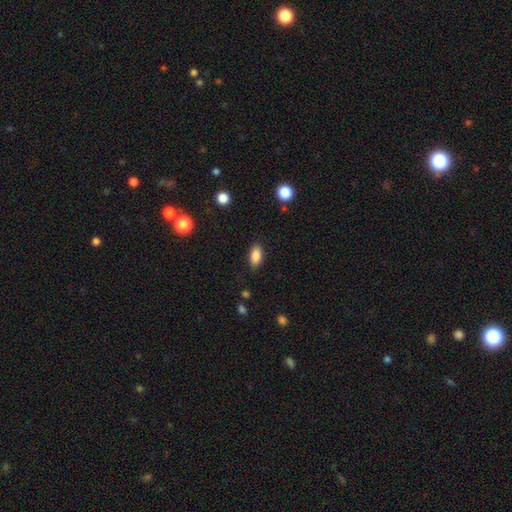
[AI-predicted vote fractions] The model was most divided on "merging": none: 86%, minor disturbance: 10%, major disturbance: 3%, merger: 1%. More confident: how rounded — in between (89%); smooth or featured — smooth (86%).